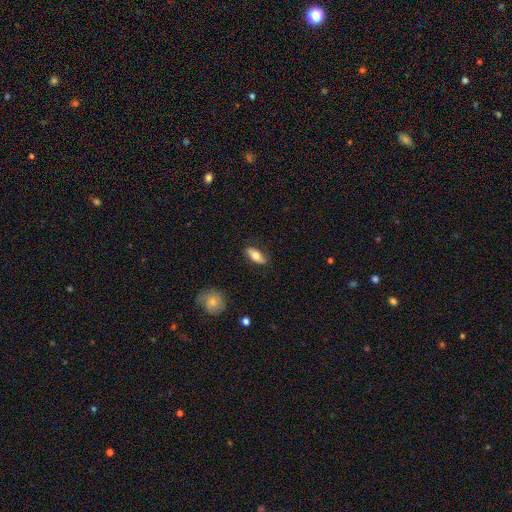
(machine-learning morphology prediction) A smooth galaxy with no disk features (69%) that is in between round and cigar-shaped (81%). Merging: none (84%).